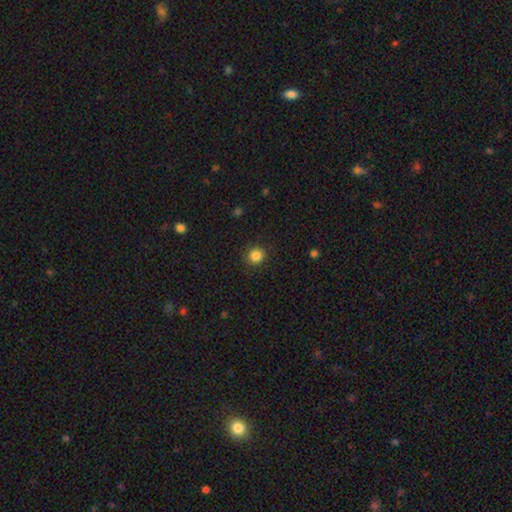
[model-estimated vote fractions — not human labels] Overall: smooth (85%). How rounded: round (92%). Merging: none (90%).